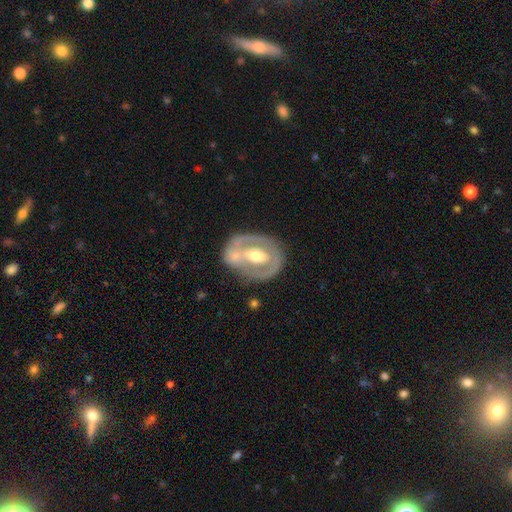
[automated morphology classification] smooth-or-featured: featured or disk: 71% | smooth: 24% | star or artifact: 5%
  disk-edge-on: no: 95% | yes: 5%
    bar: no: 38% | weak: 33% | strong: 29%
    has-spiral-arms: no: 59% | yes: 41%
    bulge-size: moderate: 70% | small: 16% | large: 11% | none: 1% | dominant: 1%
  merging: none: 59% | minor disturbance: 19% | merger: 14% | major disturbance: 8%